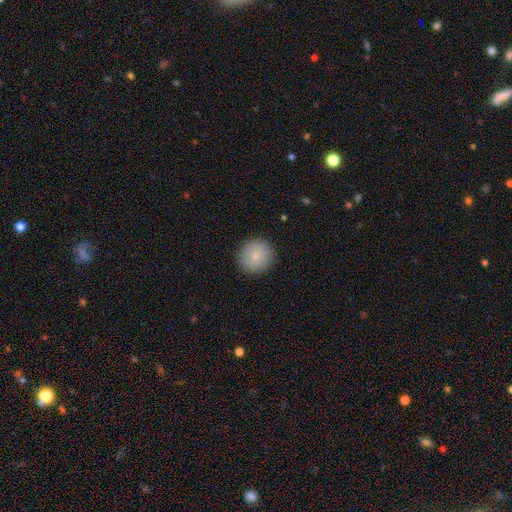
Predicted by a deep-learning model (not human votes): This is clearly a smooth galaxy (82%). How rounded: clearly round (91%). Merging: clearly none (91%).